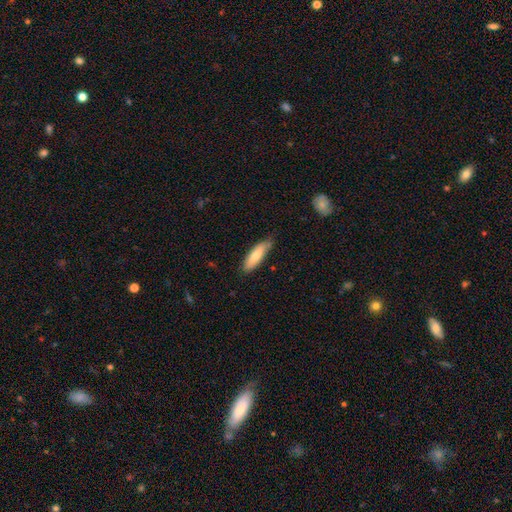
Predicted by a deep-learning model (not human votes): Smooth or featured: smooth — 74% (featured or disk — 20%)
How rounded: cigar-shaped — 51% (in between — 47%)
Merging: none — 71% (minor disturbance — 23%)